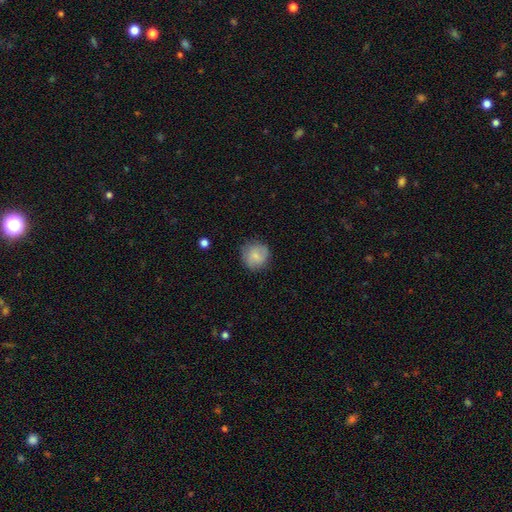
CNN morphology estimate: type=smooth (76%); roundness=round (90%); merging=none (77%).